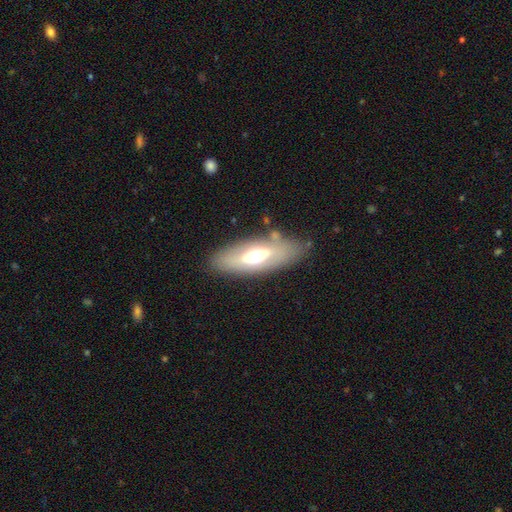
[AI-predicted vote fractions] smooth-or-featured: featured or disk: 47% | smooth: 46% | star or artifact: 7%
  merging: none: 78% | minor disturbance: 14% | major disturbance: 5% | merger: 3%